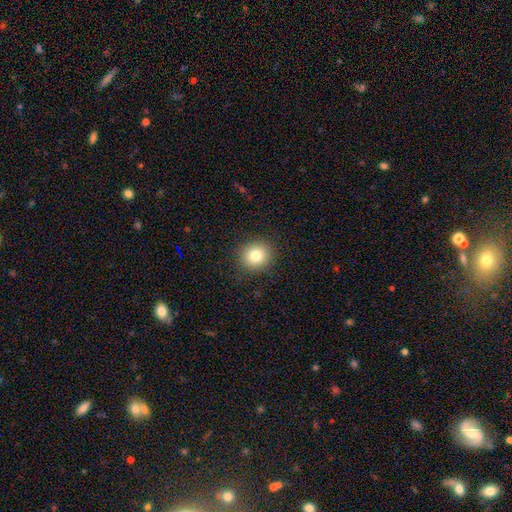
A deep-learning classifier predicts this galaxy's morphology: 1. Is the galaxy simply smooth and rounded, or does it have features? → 81% smooth, 11% star or artifact, 8% featured or disk.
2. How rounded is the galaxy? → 83% round, 16% in between, 1% cigar-shaped.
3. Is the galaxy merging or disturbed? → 89% none, 7% minor disturbance, 3% major disturbance, 1% merger.